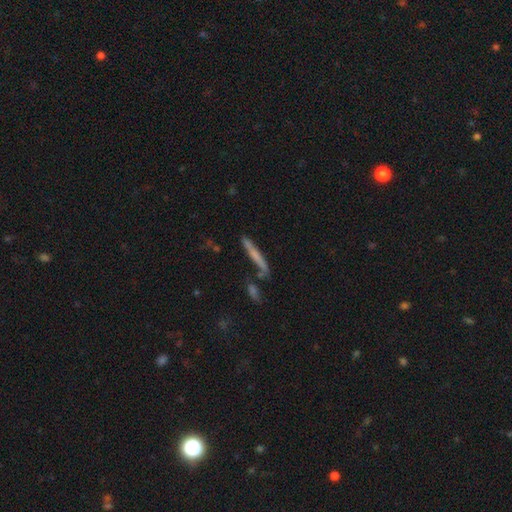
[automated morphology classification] Overall: smooth (49%; featured or disk 41%). Merging: none (73%).